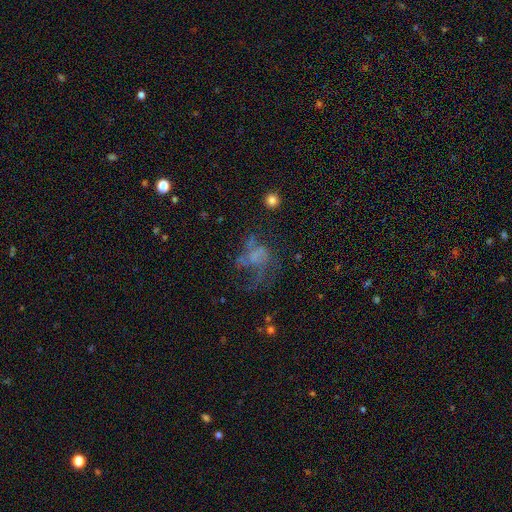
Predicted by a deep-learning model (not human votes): Smooth or featured?
  - featured or disk: 49% *
  - smooth: 30%
  - star or artifact: 21%
Merging?
  - major disturbance: 47% *
  - none: 32%
  - minor disturbance: 15%
  - merger: 6%